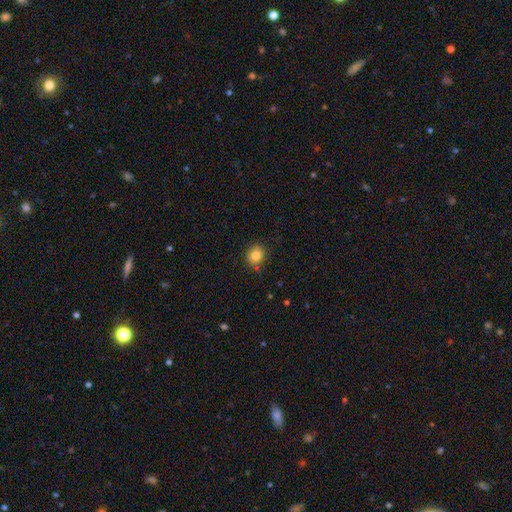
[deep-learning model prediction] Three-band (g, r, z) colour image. It shows a smooth galaxy with no disk features (83%) that is round (85%). Merging: none (79%).